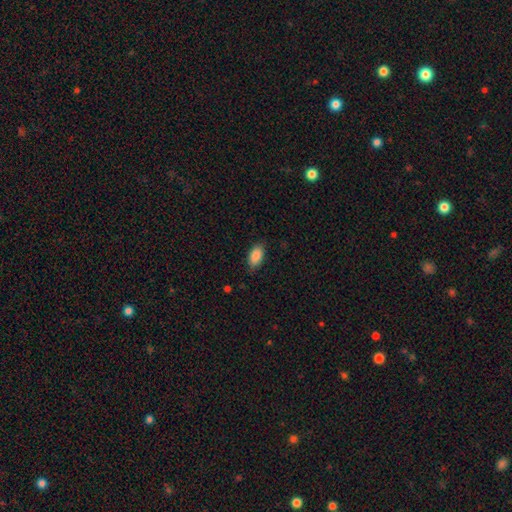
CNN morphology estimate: A smooth galaxy with no disk features (88%) that is in between round and cigar-shaped (93%). Merging: none (84%).